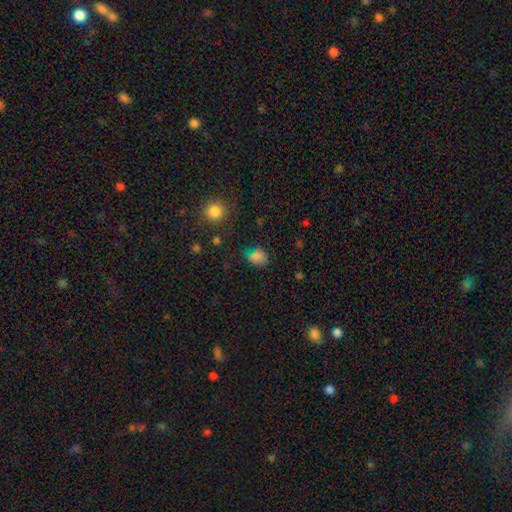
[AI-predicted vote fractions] Morphology: type=smooth (72%); roundness=in between (54%); merging=none (67%).